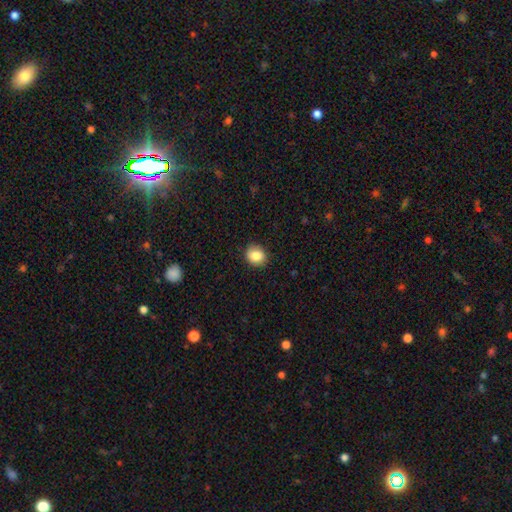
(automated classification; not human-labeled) Overall: smooth (85%). How rounded: round (69%; in between 30%). Merging: none (87%).